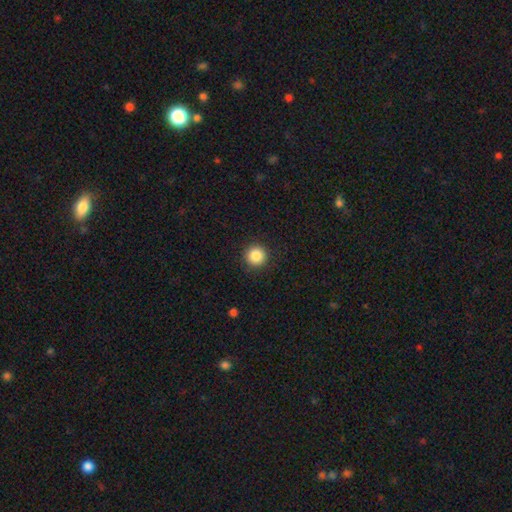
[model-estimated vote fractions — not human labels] Q: Smooth or featured?
A: smooth (87%); runner-up: star or artifact (10%)
Q: How rounded?
A: round (96%); runner-up: in between (3%)
Q: Merging?
A: none (92%); runner-up: minor disturbance (5%)